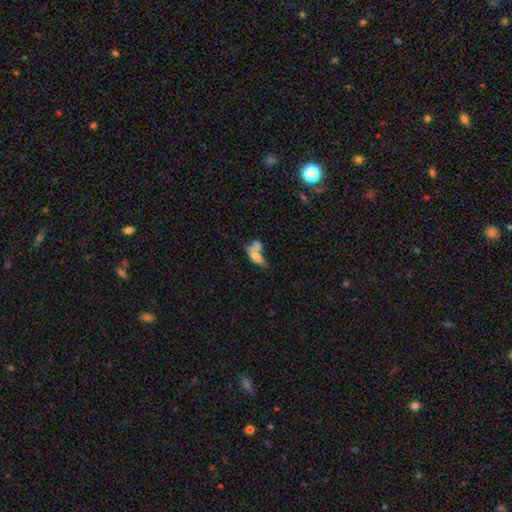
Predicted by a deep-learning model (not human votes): Smooth or featured: smooth — 62% (featured or disk — 28%)
How rounded: in between — 74% (cigar-shaped — 19%)
Merging: merger — 57% (none — 19%)